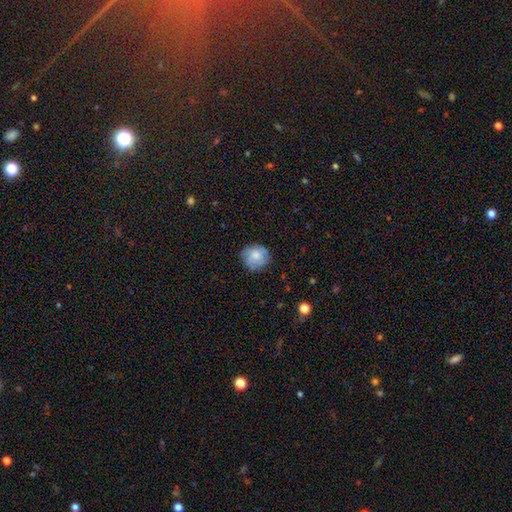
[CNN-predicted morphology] Smooth or featured? Predicted: smooth (p=0.69). How rounded? Predicted: round (p=0.84). Merging? Predicted: none (p=0.75).